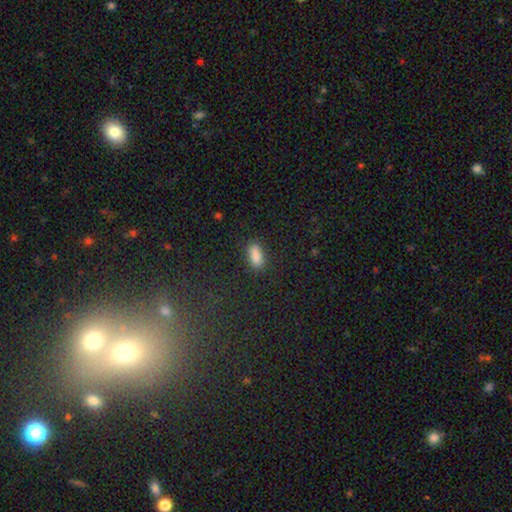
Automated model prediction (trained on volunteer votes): Smooth or featured: smooth — 86% (star or artifact — 9%)
How rounded: in between — 81% (cigar-shaped — 15%)
Merging: none — 82% (minor disturbance — 12%)